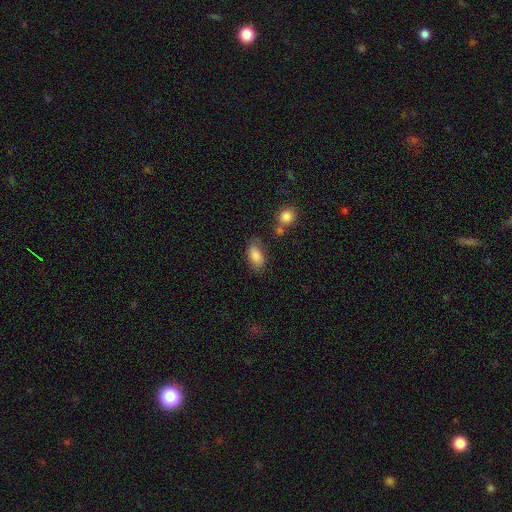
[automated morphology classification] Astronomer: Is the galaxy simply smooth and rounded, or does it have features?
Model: smooth — 84%.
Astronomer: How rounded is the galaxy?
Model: in between — 91%.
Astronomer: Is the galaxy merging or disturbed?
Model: none — 68%.